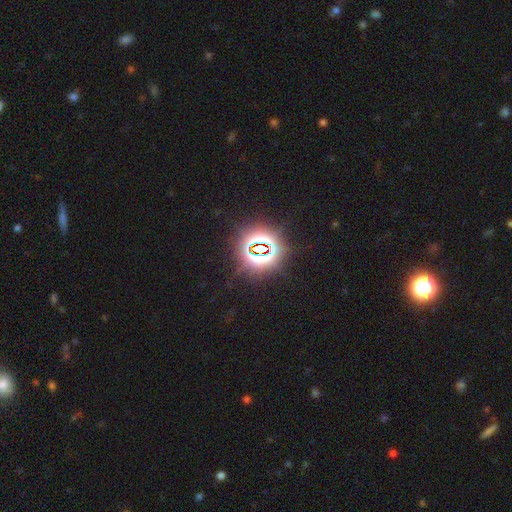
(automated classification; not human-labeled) Overall: star or artifact (80%).